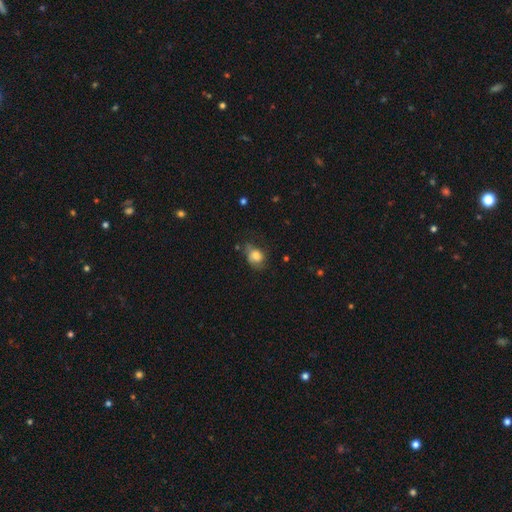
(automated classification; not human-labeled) This is likely a smooth galaxy (69%). How rounded: possibly in between (50%). Merging: marginally none (45%).